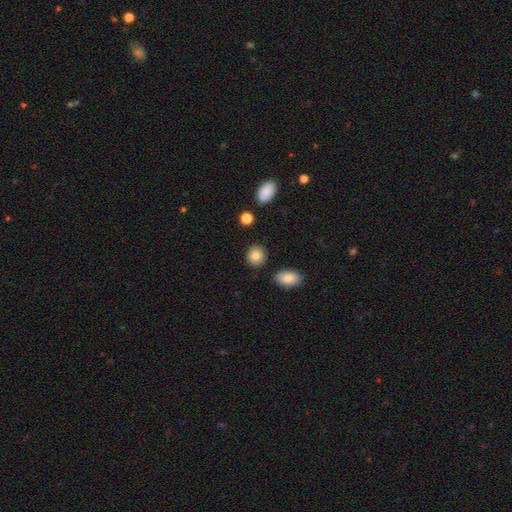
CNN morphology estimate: A smooth galaxy with no disk features (86%) that is round (77%).

Vote fractions:
- Smooth or featured? smooth: 86% / star or artifact: 9% / featured or disk: 5%
- How rounded? round: 77% / in between: 22% / cigar-shaped: 1%
- Merging? none: 86% / minor disturbance: 8% / merger: 3% / major disturbance: 2%